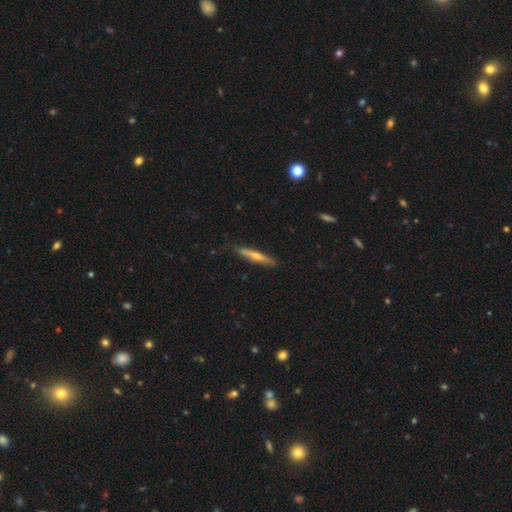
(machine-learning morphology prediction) smooth-or-featured: featured or disk: 51% | smooth: 43% | star or artifact: 6%
  disk-edge-on: yes: 94% | no: 6%
  merging: none: 86% | minor disturbance: 11% | major disturbance: 2% | merger: 1%